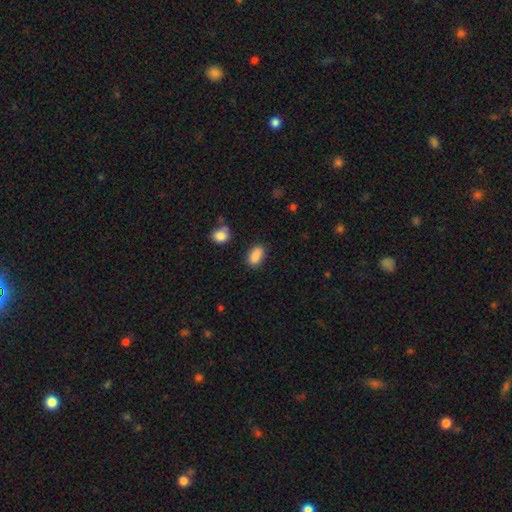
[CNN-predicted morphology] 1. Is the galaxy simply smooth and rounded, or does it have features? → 88% smooth, 8% star or artifact, 4% featured or disk.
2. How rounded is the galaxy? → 89% in between, 7% round, 4% cigar-shaped.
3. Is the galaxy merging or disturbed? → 83% none, 12% minor disturbance, 3% major disturbance, 2% merger.